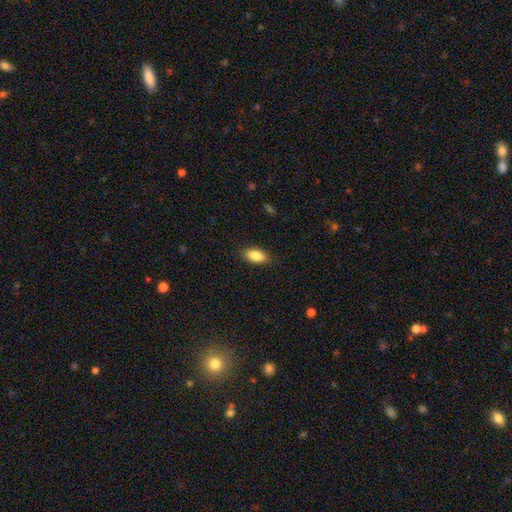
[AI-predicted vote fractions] smooth_or_featured: smooth (p=0.86) [alt: star or artifact p=0.07]
how_rounded: in between (p=0.90) [alt: cigar-shaped p=0.06]
merging: none (p=0.88) [alt: minor disturbance p=0.09]